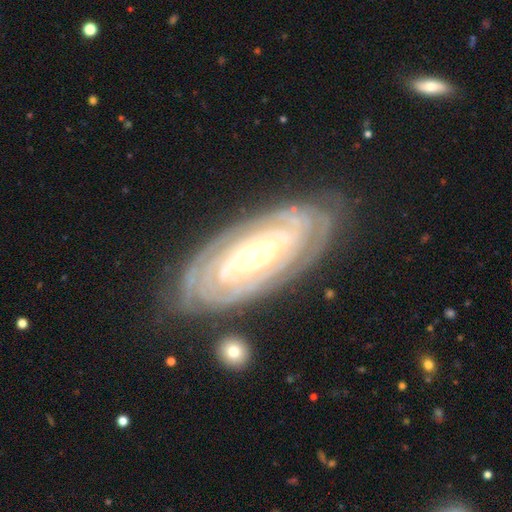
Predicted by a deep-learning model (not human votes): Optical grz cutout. It shows a featured or disk galaxy (88%) with no bar (60%), tight (86%) spiral arms (95%) and a moderate central bulge (49%). Merging: none (78%).